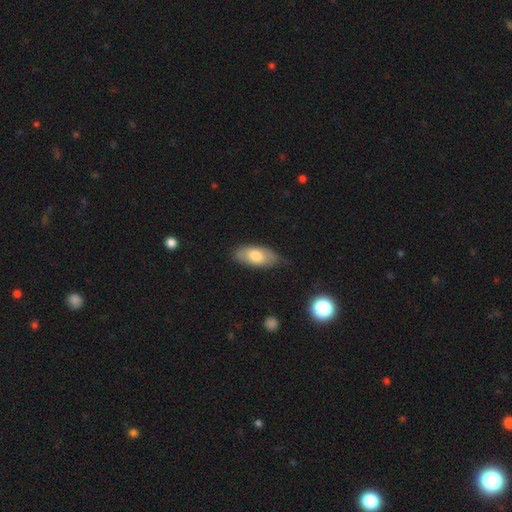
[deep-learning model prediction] Smooth or featured: smooth — 71% (featured or disk — 23%)
How rounded: in between — 89% (cigar-shaped — 7%)
Merging: none — 69% (minor disturbance — 25%)